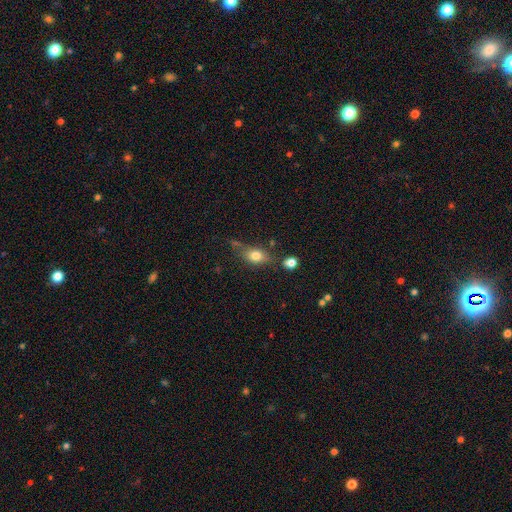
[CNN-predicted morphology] Smooth or featured? Predicted: smooth (p=0.73). How rounded? Predicted: in between (p=0.74). Merging? Predicted: none (p=0.57).